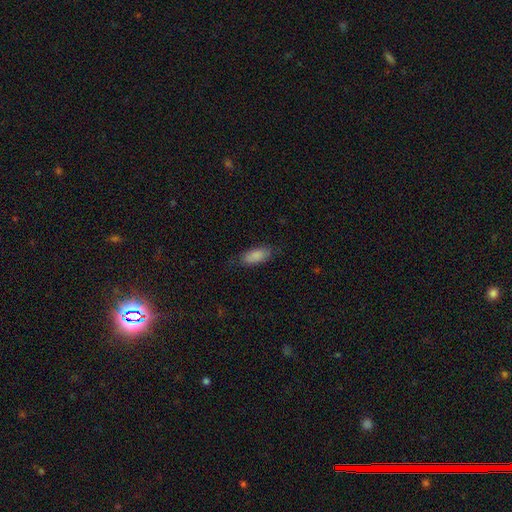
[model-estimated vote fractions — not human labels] This appears to be a smooth galaxy with no disk features (88%) that is in between round and cigar-shaped (83%). Merging: none (80%).